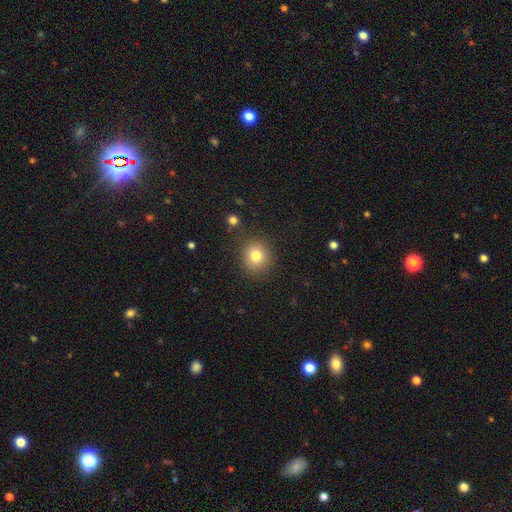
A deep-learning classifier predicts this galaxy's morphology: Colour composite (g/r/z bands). It shows a smooth galaxy with no disk features (79%) that is round (85%). Merging: none (86%).